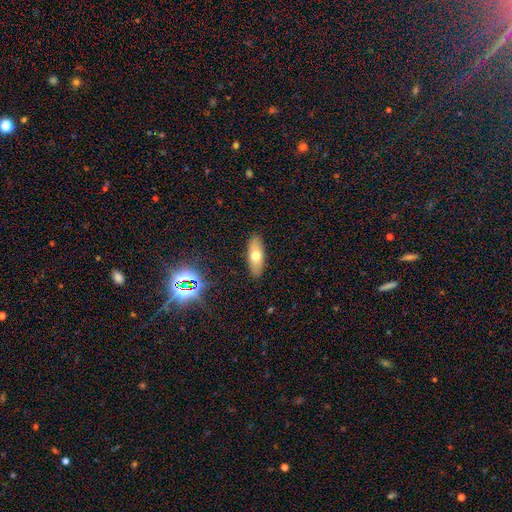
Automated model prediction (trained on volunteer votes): smooth 64%, featured or disk 27%, star or artifact 9%. Down the decision tree: how rounded — in between (73%); merging — none (88%).